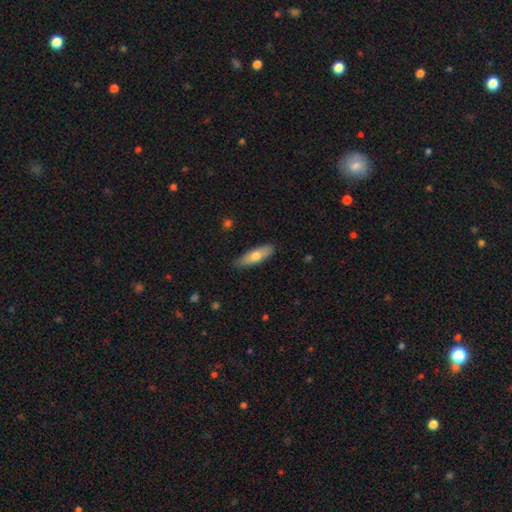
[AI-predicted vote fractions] Overall: smooth (67%). How rounded: in between (50%; cigar-shaped 48%). Merging: none (82%).